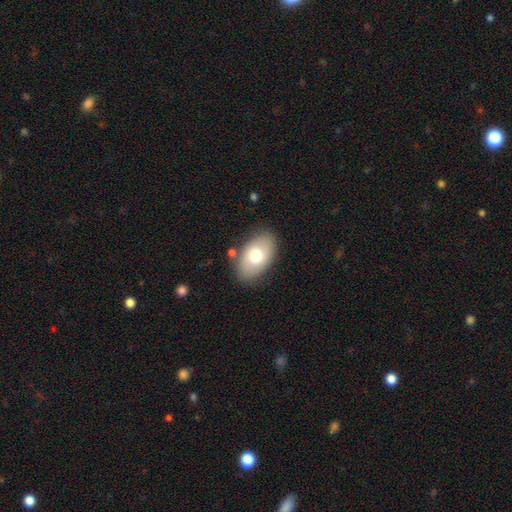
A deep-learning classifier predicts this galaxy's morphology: The model was most divided on "smooth or featured": smooth: 72%, featured or disk: 22%, star or artifact: 6%. More confident: how rounded — in between (93%); merging — none (80%).